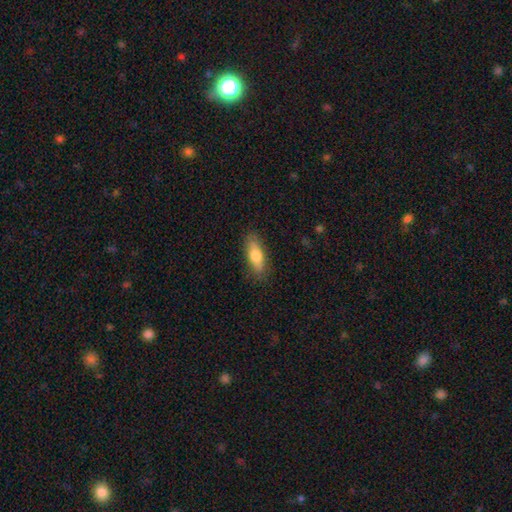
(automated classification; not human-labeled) Q: Smooth or featured?
A: smooth (72%); runner-up: featured or disk (22%)
Q: How rounded?
A: in between (57%); runner-up: cigar-shaped (40%)
Q: Merging?
A: none (85%); runner-up: minor disturbance (11%)